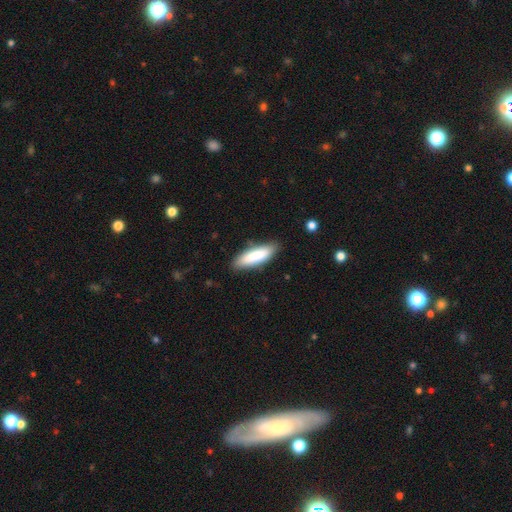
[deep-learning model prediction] Morphology: type=smooth (83%); roundness=cigar-shaped (51%); merging=none (82%).